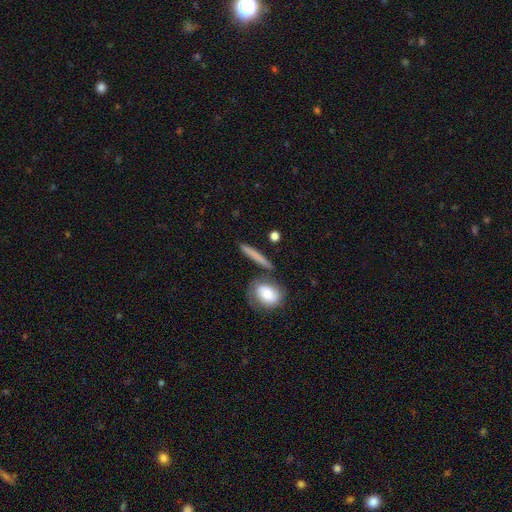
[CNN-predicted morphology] smooth-or-featured: smooth: 68% | featured or disk: 25% | star or artifact: 7%
  how-rounded: cigar-shaped: 79% | in between: 12% | round: 9%
  merging: none: 72% | minor disturbance: 13% | merger: 11% | major disturbance: 5%